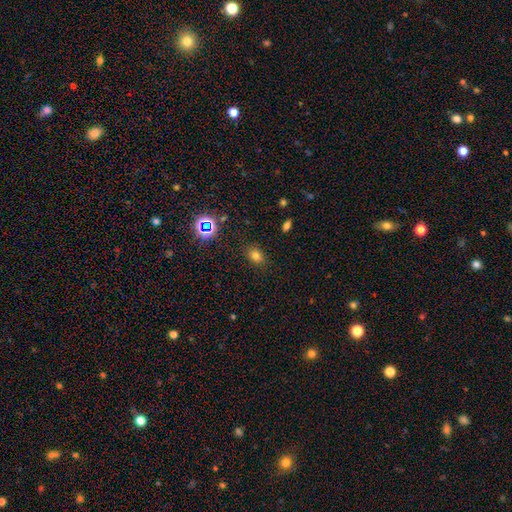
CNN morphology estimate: smooth 73%, star or artifact 19%, featured or disk 8%. Down the decision tree: how rounded — in between (65%); merging — none (85%).